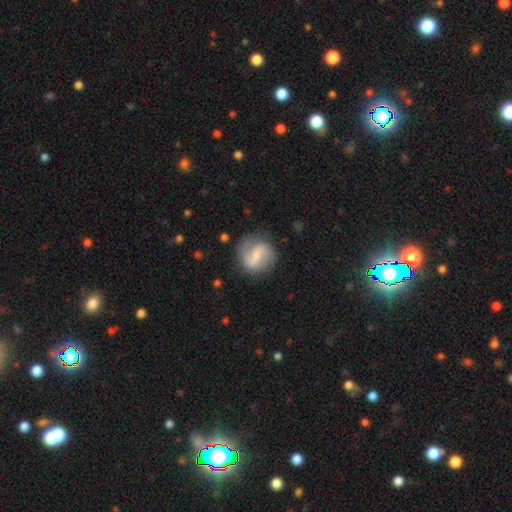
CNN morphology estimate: Q: Smooth or featured?
A: featured or disk (71%); runner-up: smooth (23%)
Q: Edge-on disk?
A: no (98%); runner-up: yes (2%)
Q: Bar?
A: weak (50%); runner-up: strong (28%)
Q: Spiral arms?
A: yes (91%); runner-up: no (9%)
Q: Spiral winding?
A: loose (47%); runner-up: medium (40%)
Q: Spiral arm count?
A: 2 (89%); runner-up: can't tell (5%)
Q: Bulge size?
A: small (61%); runner-up: moderate (27%)
Q: Merging?
A: none (78%); runner-up: minor disturbance (14%)